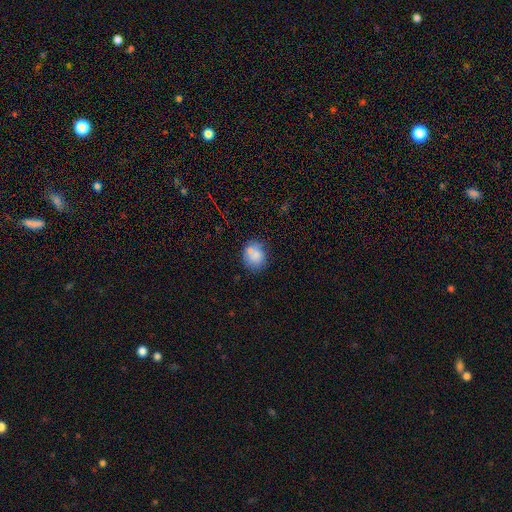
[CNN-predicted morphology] This is likely a smooth galaxy (78%). How rounded: likely round (72%). Merging: likely none (65%).